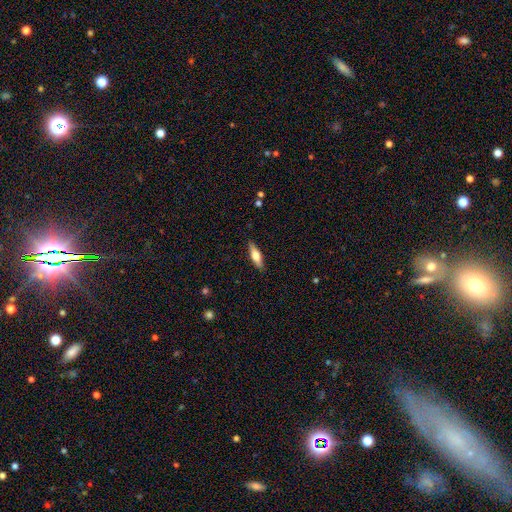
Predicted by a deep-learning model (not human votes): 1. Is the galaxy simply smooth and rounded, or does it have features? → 59% smooth, 35% featured or disk, 6% star or artifact.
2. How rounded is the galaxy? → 55% cigar-shaped, 43% in between, 2% round.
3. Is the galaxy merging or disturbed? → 88% none, 9% minor disturbance, 2% major disturbance, 1% merger.